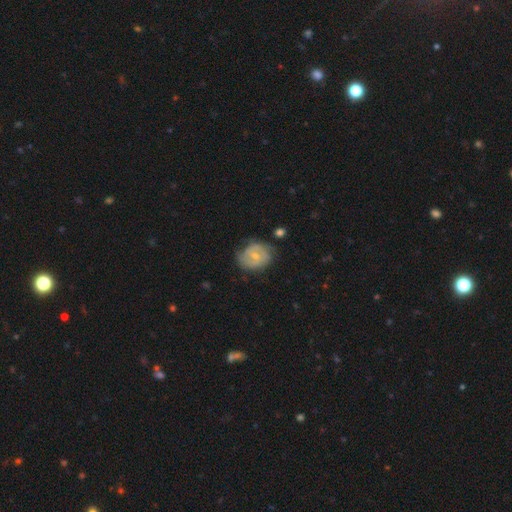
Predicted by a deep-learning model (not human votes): Q: Smooth or featured?
A: featured or disk (58%); runner-up: smooth (36%)
Q: Edge-on disk?
A: no (97%); runner-up: yes (3%)
Q: Bar?
A: no (46%); runner-up: weak (45%)
Q: Spiral arms?
A: yes (78%); runner-up: no (22%)
Q: Bulge size?
A: small (62%); runner-up: moderate (33%)
Q: Merging?
A: none (63%); runner-up: minor disturbance (26%)